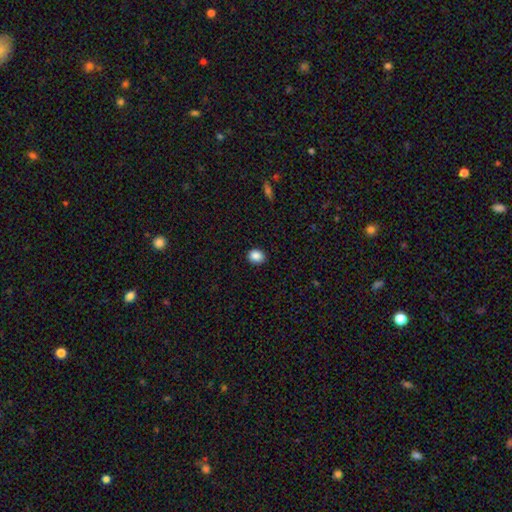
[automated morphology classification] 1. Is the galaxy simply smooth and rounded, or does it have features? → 87% smooth, 9% star or artifact, 3% featured or disk.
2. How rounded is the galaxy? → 61% round, 38% in between, 1% cigar-shaped.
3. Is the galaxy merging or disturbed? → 91% none, 7% minor disturbance, 2% major disturbance, 1% merger.